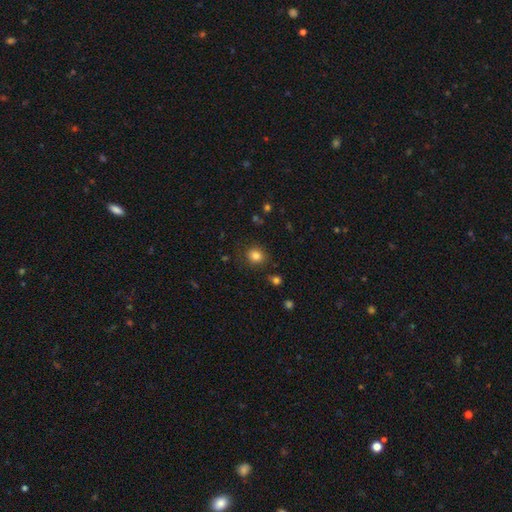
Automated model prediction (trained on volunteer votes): Smooth or featured: smooth — 82% (star or artifact — 12%)
How rounded: round — 75% (in between — 24%)
Merging: none — 84% (minor disturbance — 11%)